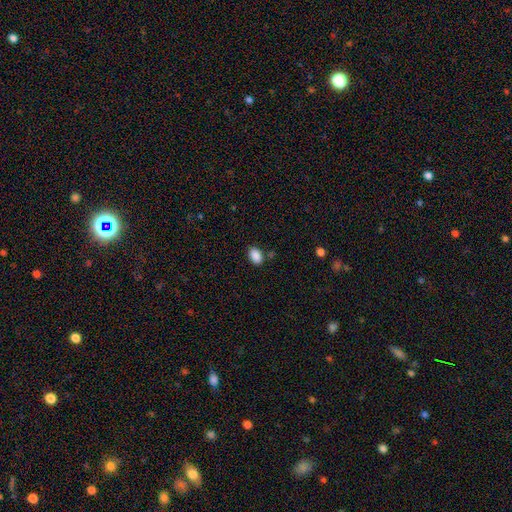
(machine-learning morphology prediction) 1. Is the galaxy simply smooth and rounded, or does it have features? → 88% smooth, 8% star or artifact, 3% featured or disk.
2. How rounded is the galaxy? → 88% in between, 11% round, 1% cigar-shaped.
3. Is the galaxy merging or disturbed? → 81% none, 11% minor disturbance, 4% merger, 3% major disturbance.